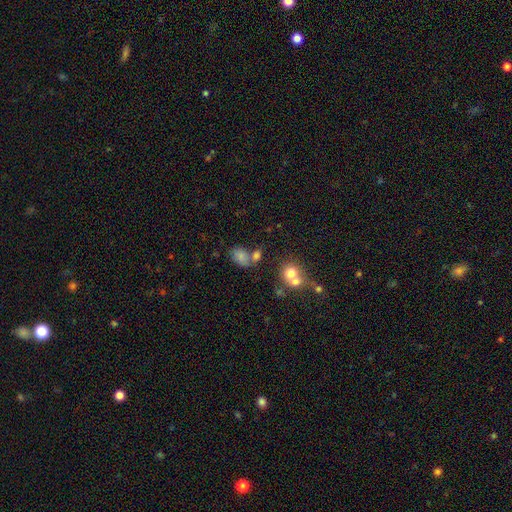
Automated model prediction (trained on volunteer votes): Smooth or featured? Predicted: smooth (p=0.54). How rounded? Predicted: round (p=0.71). Merging? Predicted: none (p=0.49).